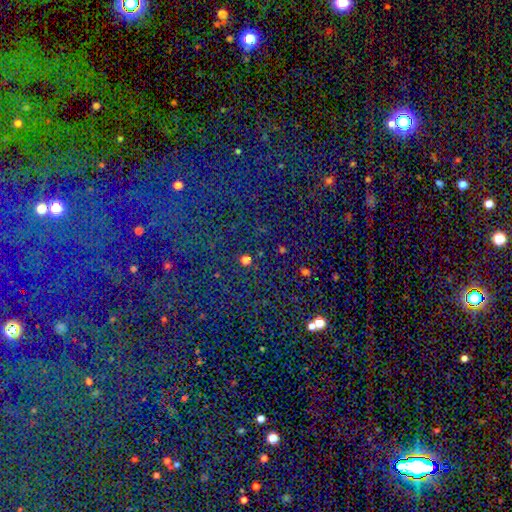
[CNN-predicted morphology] This appears to be a star or artifact, not a galaxy (78%).